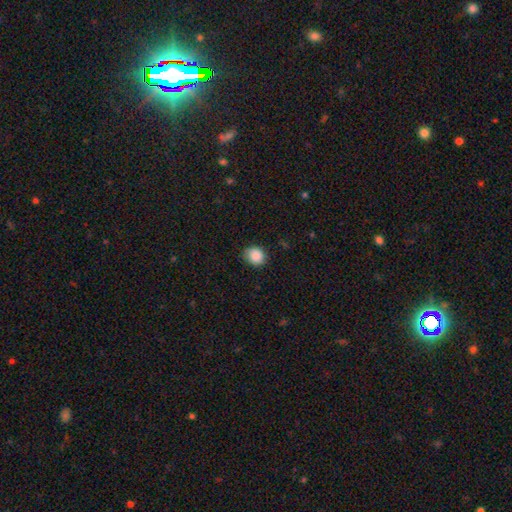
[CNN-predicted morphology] Overall: smooth (88%). How rounded: round (78%). Merging: none (80%).